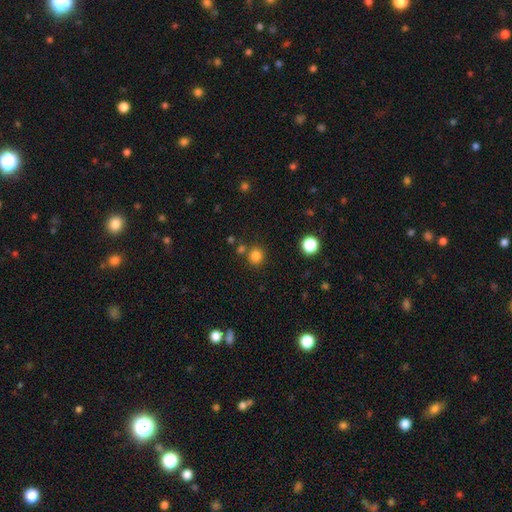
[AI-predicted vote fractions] smooth 82%, star or artifact 14%, featured or disk 4%. Down the decision tree: how rounded — round (89%); merging — none (78%).